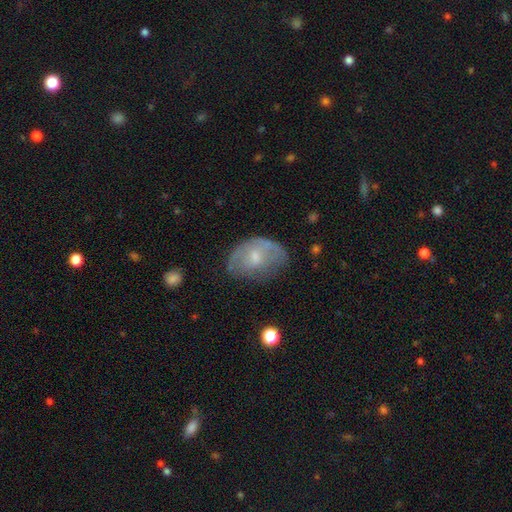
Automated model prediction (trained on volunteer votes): This is possibly a featured or disk galaxy (47%). Merging: possibly none (47%).